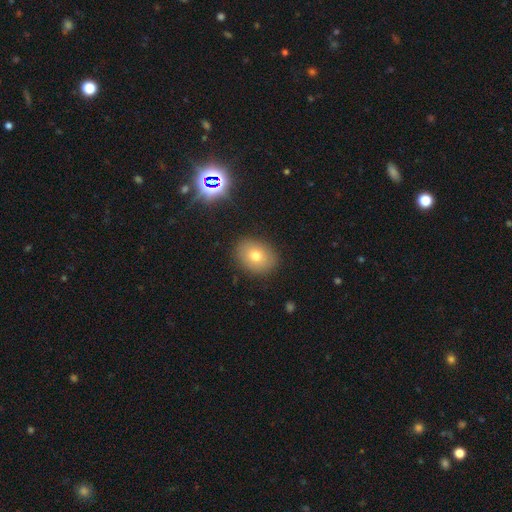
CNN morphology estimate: Smooth or featured: smooth — 73% (featured or disk — 14%)
How rounded: in between — 56% (round — 43%)
Merging: none — 88% (minor disturbance — 9%)